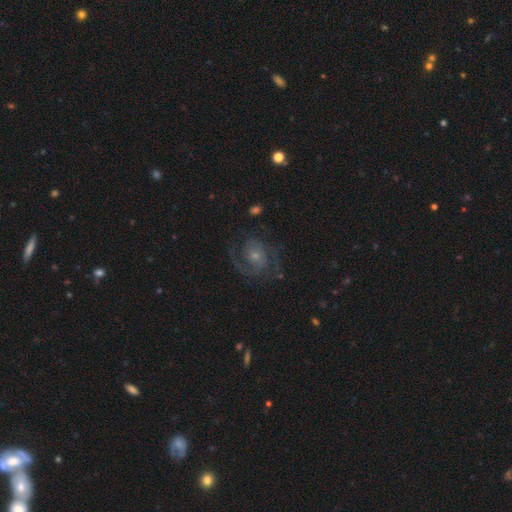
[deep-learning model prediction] smooth-or-featured: featured or disk: 81% | smooth: 10% | star or artifact: 9%
  disk-edge-on: no: 98% | yes: 2%
    bar: no: 64% | weak: 30% | strong: 6%
    has-spiral-arms: yes: 95% | no: 5%
      spiral-winding: medium: 49% | tight: 36% | loose: 16%
      spiral-arm-count: 2: 67% | can't tell: 12% | 3: 8% | 1: 7% | 4: 3% | more than 4: 3%
    bulge-size: small: 62% | moderate: 30% | none: 4% | large: 3% | dominant: 1%
  merging: none: 71% | minor disturbance: 15% | major disturbance: 13% | merger: 2%